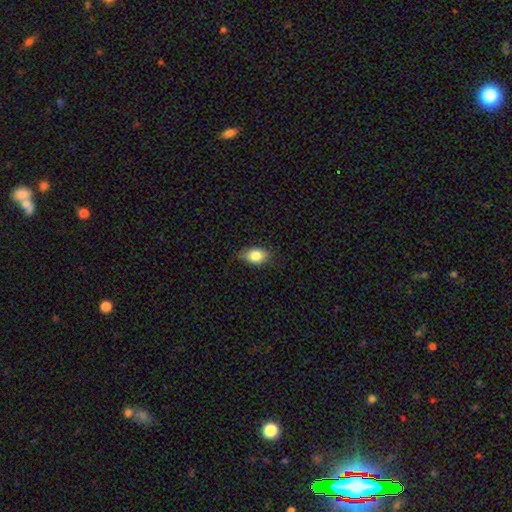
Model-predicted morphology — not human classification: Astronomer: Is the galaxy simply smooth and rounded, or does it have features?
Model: smooth — 83%.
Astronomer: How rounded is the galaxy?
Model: in between — 82%.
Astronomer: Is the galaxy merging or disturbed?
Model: none — 78%.